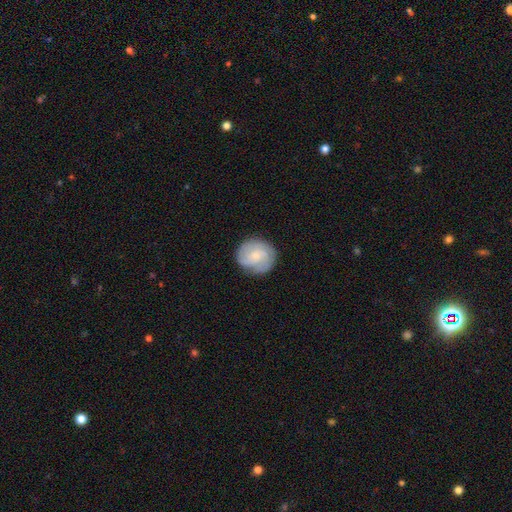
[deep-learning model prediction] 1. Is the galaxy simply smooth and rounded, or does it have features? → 52% featured or disk, 41% smooth, 7% star or artifact.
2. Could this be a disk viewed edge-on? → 98% no, 2% yes.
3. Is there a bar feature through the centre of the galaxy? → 66% no, 30% weak, 4% strong.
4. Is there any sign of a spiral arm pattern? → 89% yes, 11% no.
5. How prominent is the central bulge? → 56% small, 28% moderate, 12% none, 3% large, 1% dominant.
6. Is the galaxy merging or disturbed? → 80% none, 15% minor disturbance, 4% major disturbance, 1% merger.